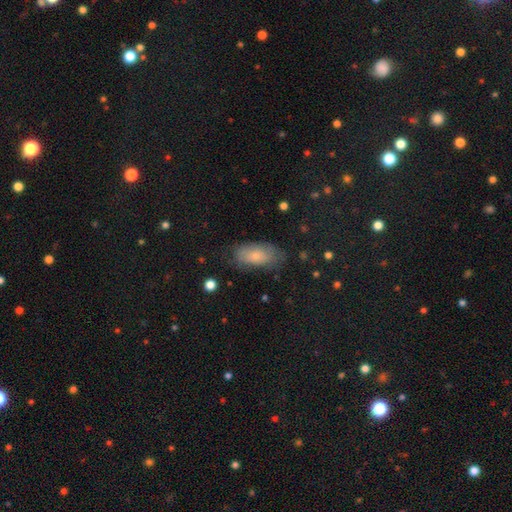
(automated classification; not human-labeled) A smooth galaxy with no disk features (76%) that is in between round and cigar-shaped (91%).

Vote fractions:
- Smooth or featured? smooth: 76% / featured or disk: 16% / star or artifact: 8%
- How rounded? in between: 91% / cigar-shaped: 6% / round: 3%
- Merging? none: 68% / minor disturbance: 23% / major disturbance: 7% / merger: 2%